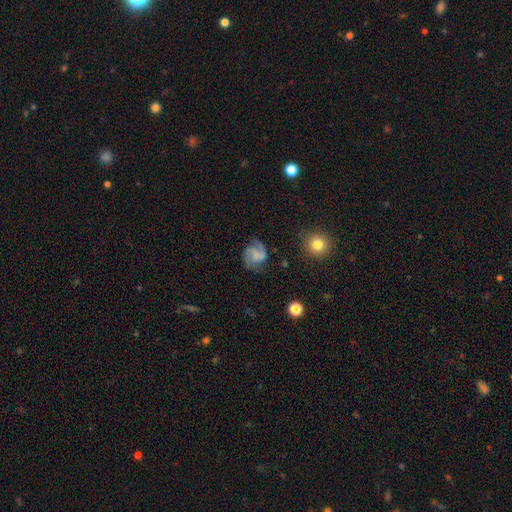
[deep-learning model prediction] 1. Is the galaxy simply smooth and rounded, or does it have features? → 72% featured or disk, 20% smooth, 8% star or artifact.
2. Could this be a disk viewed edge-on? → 98% no, 2% yes.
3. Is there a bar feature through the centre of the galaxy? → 47% no, 41% weak, 12% strong.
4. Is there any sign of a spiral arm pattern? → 95% yes, 5% no.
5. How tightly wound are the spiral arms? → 50% medium, 27% loose, 23% tight.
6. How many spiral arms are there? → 81% 2, 6% can't tell, 6% 3, 3% 1, 1% 4, 1% more than 4.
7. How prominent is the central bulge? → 57% none, 25% small, 13% moderate, 4% large, 1% dominant.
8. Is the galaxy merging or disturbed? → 69% none, 19% minor disturbance, 10% major disturbance, 2% merger.